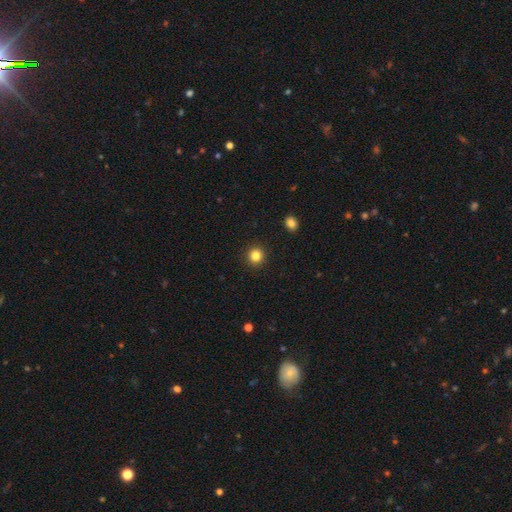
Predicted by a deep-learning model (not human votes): smooth-or-featured: smooth: 84% | star or artifact: 12% | featured or disk: 4%
  how-rounded: round: 93% | in between: 6% | cigar-shaped: 1%
  merging: none: 92% | minor disturbance: 5% | major disturbance: 2% | merger: 1%